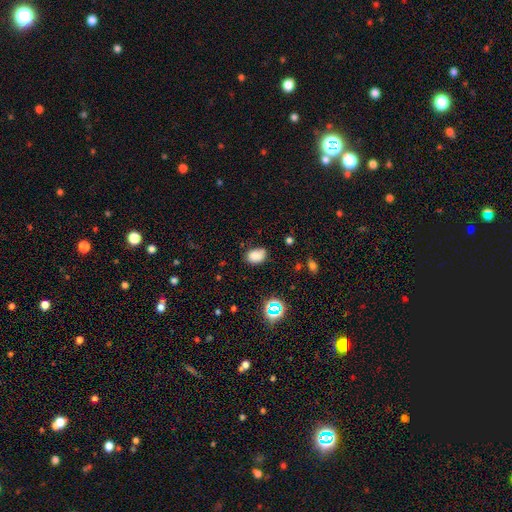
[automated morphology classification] Overall: smooth (79%). How rounded: in between (74%). Merging: none (63%; minor disturbance 27%).